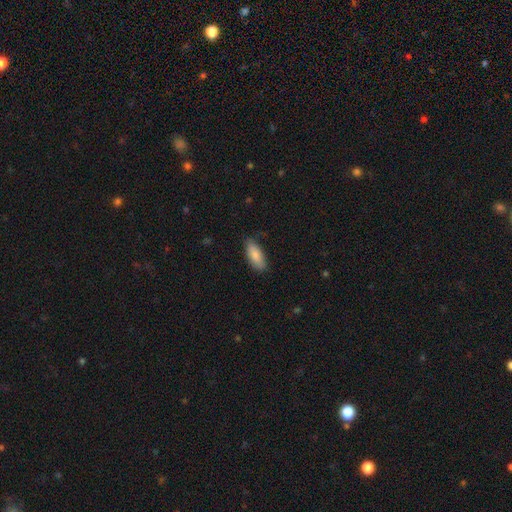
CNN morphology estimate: type=smooth (87%); roundness=in between (80%); merging=none (81%).